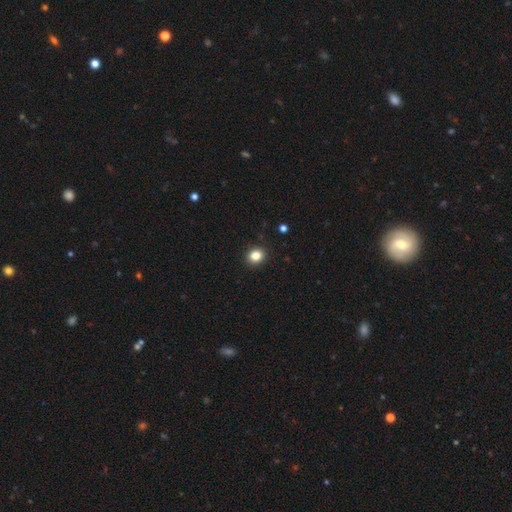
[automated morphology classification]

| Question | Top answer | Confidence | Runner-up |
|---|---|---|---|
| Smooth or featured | smooth | 84% | star or artifact (11%) |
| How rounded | round | 67% | in between (32%) |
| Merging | none | 91% | minor disturbance (6%) |